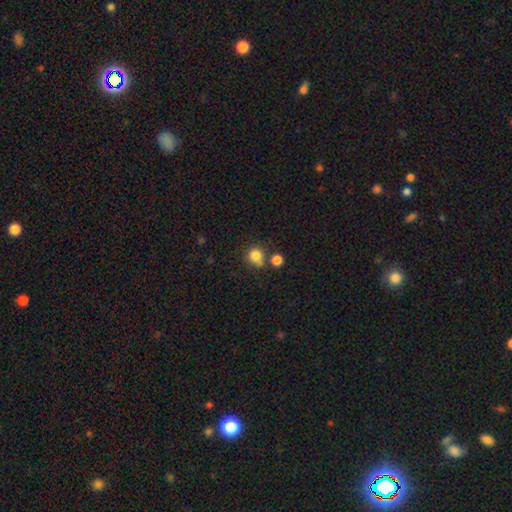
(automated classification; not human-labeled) Smooth or featured: smooth — 82% (star or artifact — 12%)
How rounded: round — 89% (in between — 10%)
Merging: none — 63% (merger — 23%)